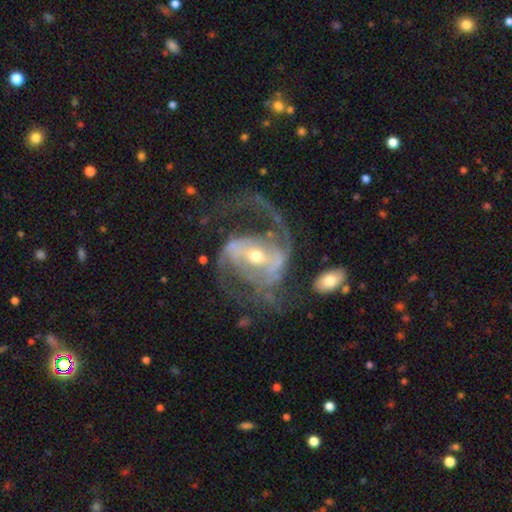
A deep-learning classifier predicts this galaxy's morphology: A featured or disk galaxy (89%) with a strong bar (43%), 2 (68%) medium (49%) spiral arms (95%) and a small central bulge (49%).

Vote fractions:
- Smooth or featured? featured or disk: 89% / star or artifact: 6% / smooth: 5%
- Edge-on disk? no: 97% / yes: 3%
- Bar? strong: 43% / weak: 36% / no: 21%
- Spiral arms? yes: 95% / no: 5%
- Spiral winding? medium: 49% / loose: 34% / tight: 17%
- Spiral arm count? 2: 68% / 3: 9% / 1: 9% / can't tell: 9% / 4: 3% / more than 4: 3%
- Bulge size? small: 49% / moderate: 47% / large: 3% / none: 1% / dominant: 1%
- Merging? none: 49% / major disturbance: 29% / minor disturbance: 15% / merger: 6%